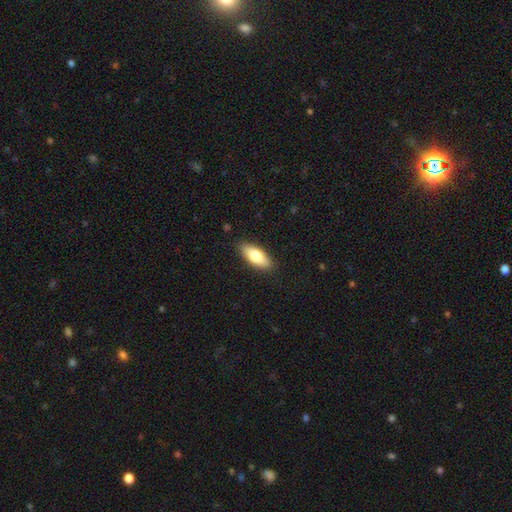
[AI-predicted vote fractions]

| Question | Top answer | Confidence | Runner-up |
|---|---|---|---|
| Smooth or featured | smooth | 76% | featured or disk (18%) |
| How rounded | in between | 77% | cigar-shaped (21%) |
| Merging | none | 87% | minor disturbance (10%) |